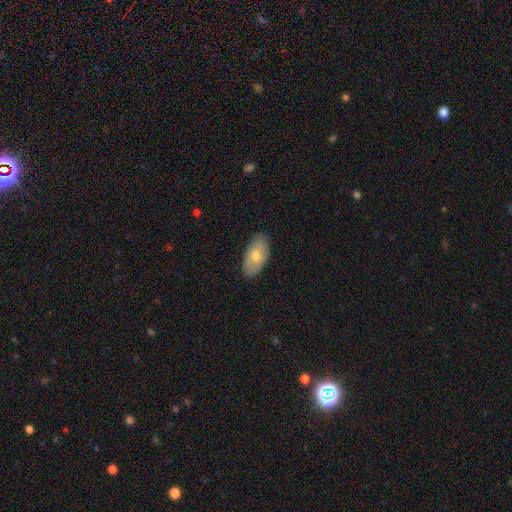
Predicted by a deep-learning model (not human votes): smooth_or_featured: smooth (p=0.62) [alt: featured or disk p=0.32]
how_rounded: in between (p=0.93) [alt: cigar-shaped p=0.04]
merging: none (p=0.85) [alt: minor disturbance p=0.12]